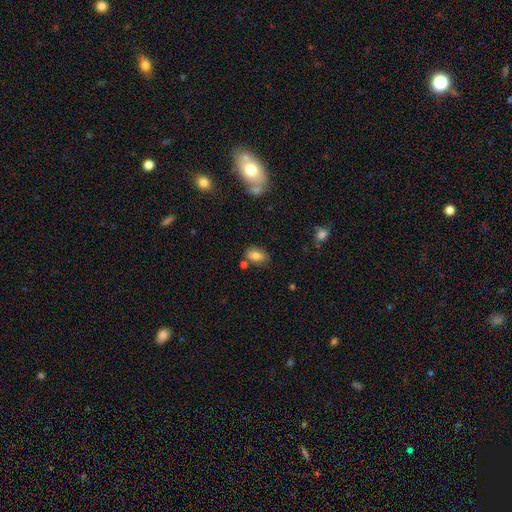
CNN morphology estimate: type=smooth (79%); roundness=in between (87%); merging=none (72%).